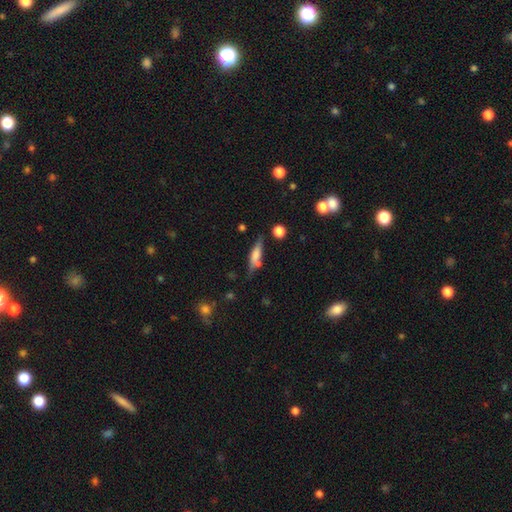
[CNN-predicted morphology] A smooth galaxy with no disk features (57%) that is cigar-shaped (65%). Merging: none (65%).